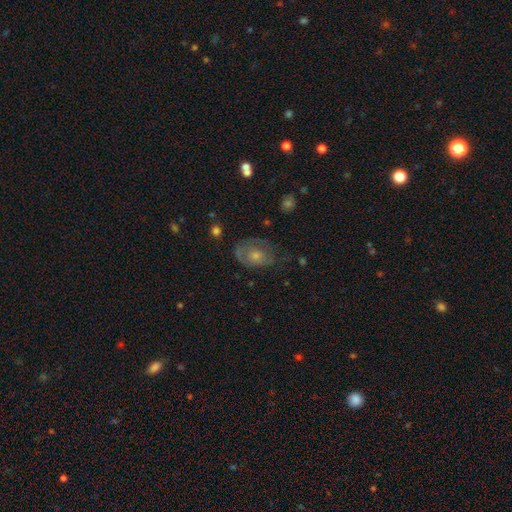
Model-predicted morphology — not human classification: This is possibly a featured or disk galaxy (55%). It is clearly not viewed edge-on (95%). Bar: clearly no (84%). Spiral arm pattern: possibly yes (59%). Central bulge: possibly moderate (49%). Merging: possibly none (58%).